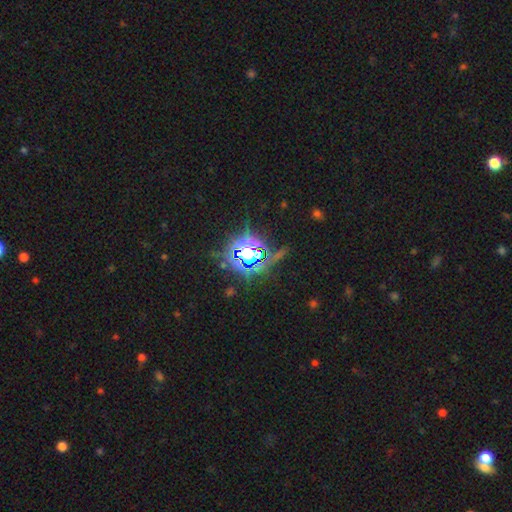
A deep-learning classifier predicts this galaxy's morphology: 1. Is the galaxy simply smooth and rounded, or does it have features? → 81% star or artifact, 11% smooth, 8% featured or disk.